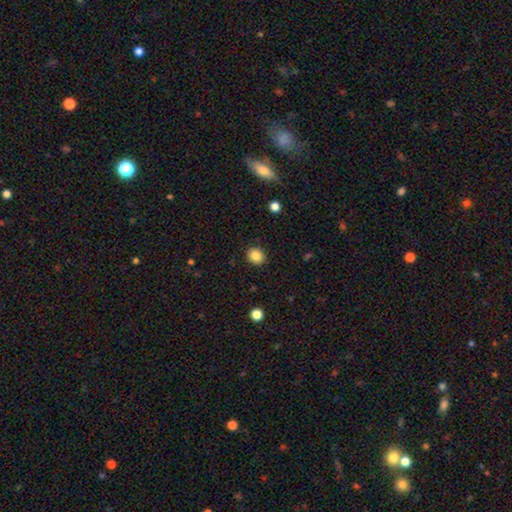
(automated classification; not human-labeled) This appears to be a smooth galaxy with no disk features (86%) that is round (73%). Merging: none (90%).